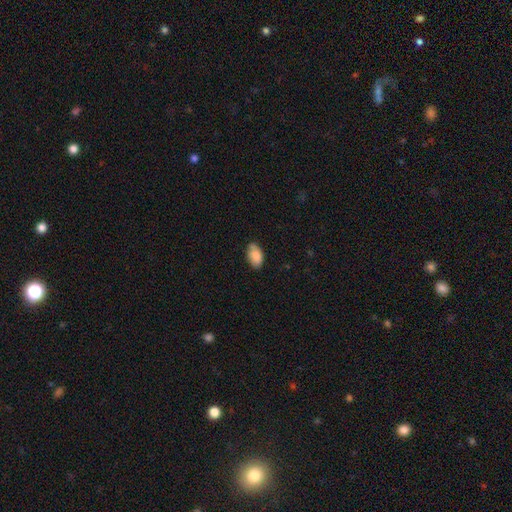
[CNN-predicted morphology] Q: Smooth or featured?
A: smooth (86%); runner-up: featured or disk (7%)
Q: How rounded?
A: in between (94%); runner-up: round (4%)
Q: Merging?
A: none (77%); runner-up: minor disturbance (19%)